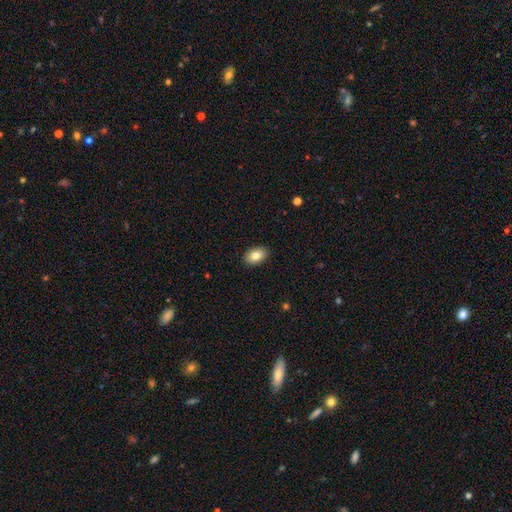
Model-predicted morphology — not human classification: Q: Smooth or featured?
A: smooth (83%); runner-up: featured or disk (9%)
Q: How rounded?
A: in between (87%); runner-up: round (12%)
Q: Merging?
A: none (90%); runner-up: minor disturbance (7%)